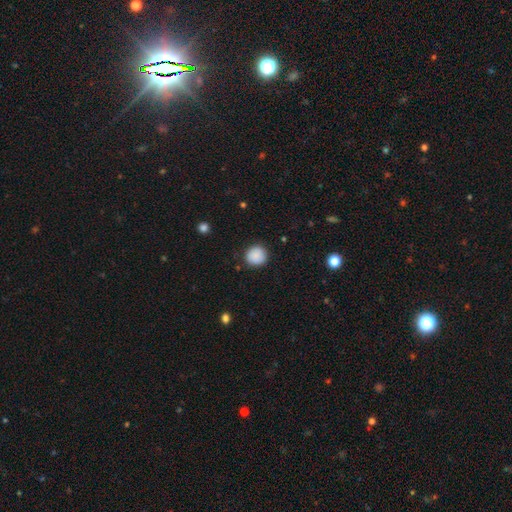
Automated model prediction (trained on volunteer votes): This appears to be a smooth galaxy with no disk features (88%) that is round (89%). Merging: none (86%).